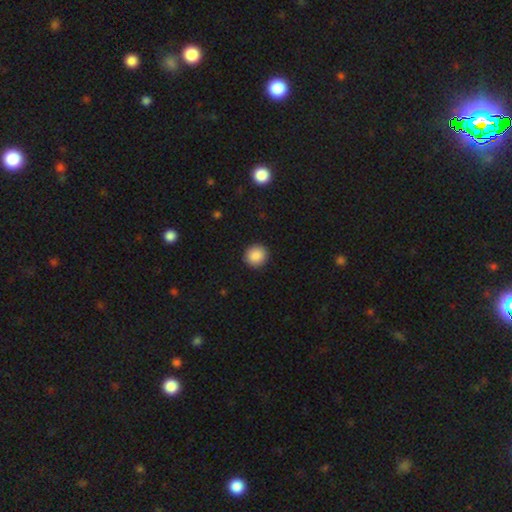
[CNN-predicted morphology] Smooth or featured?
  - smooth: 89% *
  - star or artifact: 8%
  - featured or disk: 3%
How rounded?
  - round: 90% *
  - in between: 9%
  - cigar-shaped: 1%
Merging?
  - none: 92% *
  - minor disturbance: 5%
  - major disturbance: 2%
  - merger: 1%